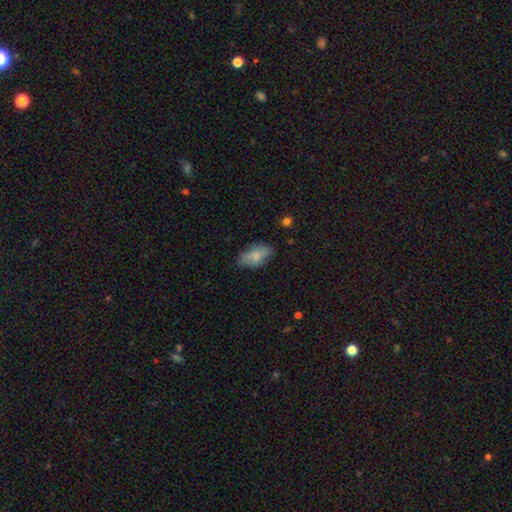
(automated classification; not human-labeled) A smooth galaxy with no disk features (75%) that is in between round and cigar-shaped (92%).

Vote fractions:
- Smooth or featured? smooth: 75% / featured or disk: 17% / star or artifact: 8%
- How rounded? in between: 92% / round: 4% / cigar-shaped: 4%
- Merging? none: 67% / minor disturbance: 24% / major disturbance: 7% / merger: 3%